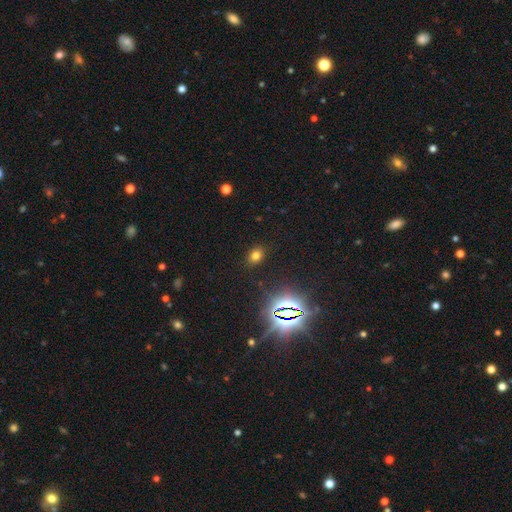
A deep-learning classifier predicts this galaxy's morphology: smooth_or_featured: smooth (p=0.68) [alt: star or artifact p=0.25]
how_rounded: in between (p=0.59) [alt: round p=0.40]
merging: none (p=0.87) [alt: minor disturbance p=0.09]